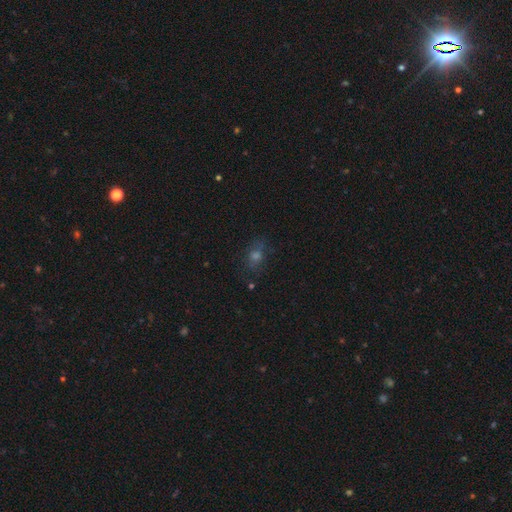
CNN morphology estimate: Smooth or featured?
  - smooth: 49% *
  - star or artifact: 32%
  - featured or disk: 18%
Merging?
  - none: 76% *
  - minor disturbance: 16%
  - major disturbance: 6%
  - merger: 2%